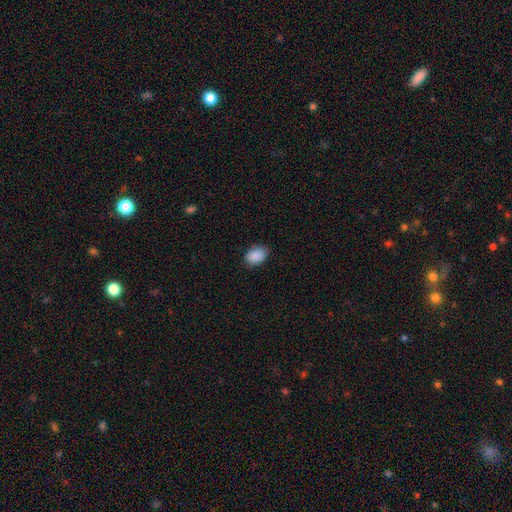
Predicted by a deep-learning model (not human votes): smooth_or_featured: smooth (p=0.90) [alt: star or artifact p=0.07]
how_rounded: in between (p=0.85) [alt: round p=0.14]
merging: none (p=0.81) [alt: minor disturbance p=0.15]